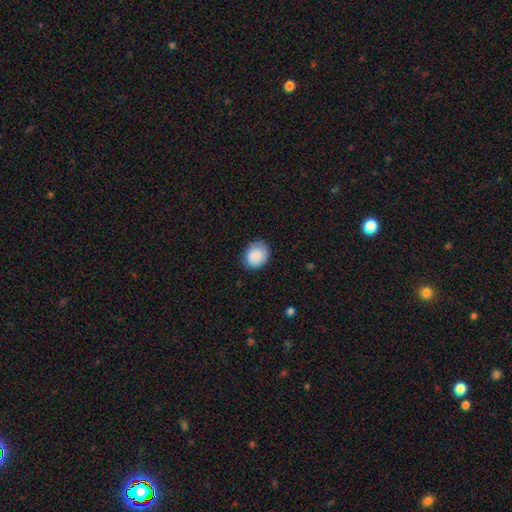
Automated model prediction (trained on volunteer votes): This is clearly a smooth galaxy (88%). How rounded: possibly round (60%). Merging: clearly none (81%).